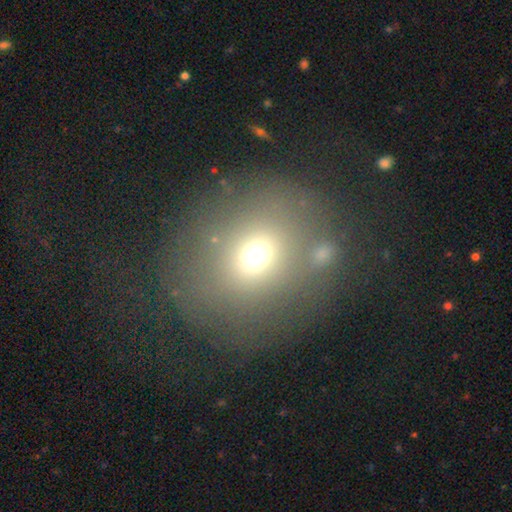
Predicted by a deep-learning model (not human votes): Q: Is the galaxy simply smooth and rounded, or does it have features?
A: smooth — 64%.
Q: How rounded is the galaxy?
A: round — 71%.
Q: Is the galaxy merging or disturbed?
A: none — 64%.